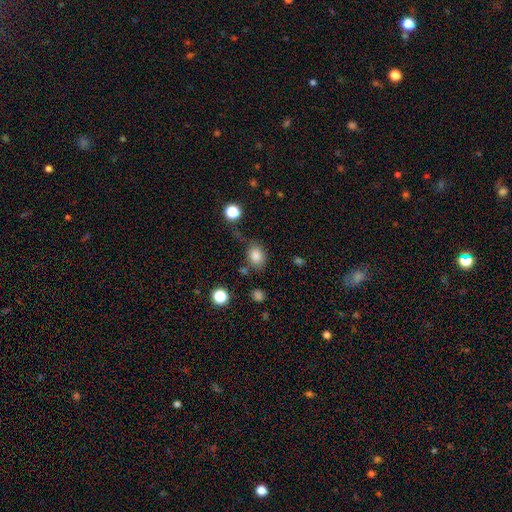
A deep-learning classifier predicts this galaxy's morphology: smooth-or-featured: smooth: 83% | star or artifact: 11% | featured or disk: 7%
  how-rounded: in between: 57% | round: 42% | cigar-shaped: 1%
  merging: none: 61% | minor disturbance: 22% | major disturbance: 9% | merger: 7%